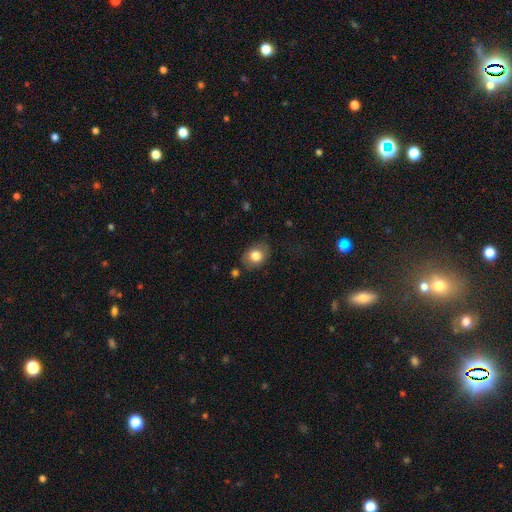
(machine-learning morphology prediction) type=smooth (81%); roundness=in between (63%); merging=none (77%).